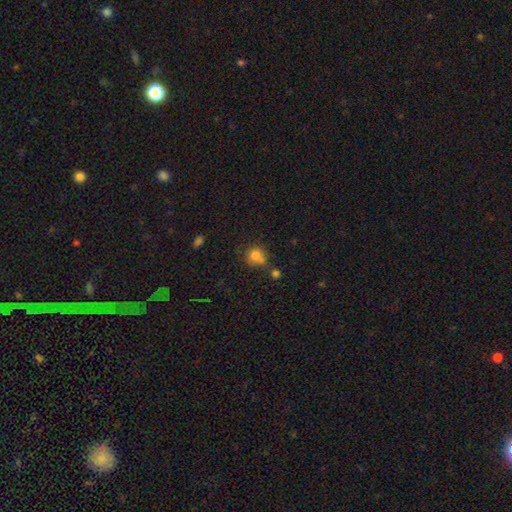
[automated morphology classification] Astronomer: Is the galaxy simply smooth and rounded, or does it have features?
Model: smooth — 80%.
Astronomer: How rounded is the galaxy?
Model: round — 81%.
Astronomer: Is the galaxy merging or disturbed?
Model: none — 56%.